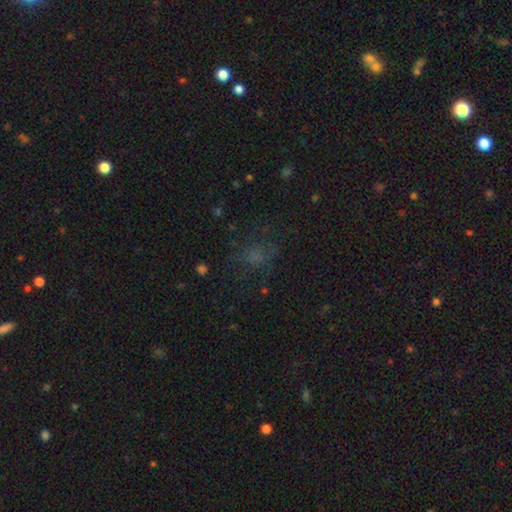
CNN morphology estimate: A smooth galaxy with no disk features (50%). Merging: none (61%).